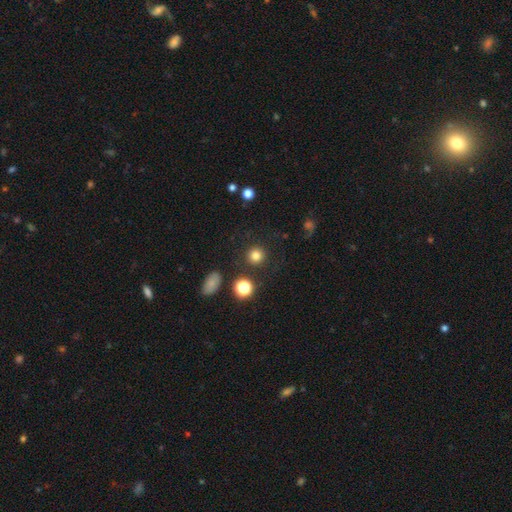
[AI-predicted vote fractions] smooth-or-featured: smooth: 80% | star or artifact: 14% | featured or disk: 6%
  how-rounded: round: 94% | in between: 5% | cigar-shaped: 1%
  merging: none: 89% | minor disturbance: 6% | major disturbance: 3% | merger: 2%